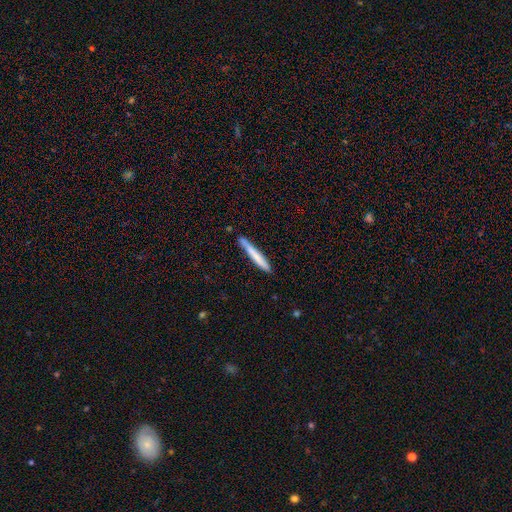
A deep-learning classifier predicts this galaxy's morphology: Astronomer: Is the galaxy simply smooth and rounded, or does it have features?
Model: smooth — 71%.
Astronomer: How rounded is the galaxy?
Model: cigar-shaped — 96%.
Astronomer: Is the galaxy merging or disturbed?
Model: none — 82%.